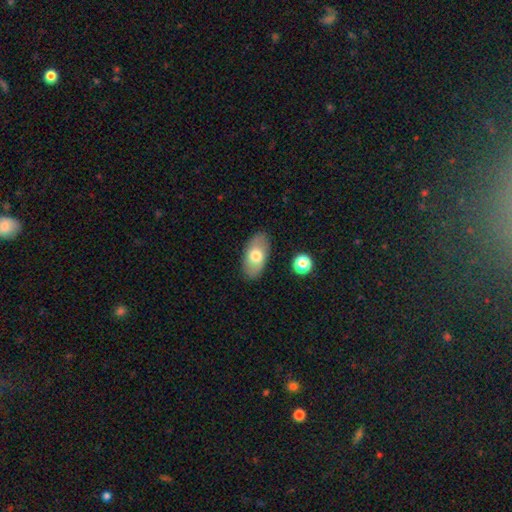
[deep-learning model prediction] smooth-or-featured: smooth: 69% | featured or disk: 25% | star or artifact: 6%
  how-rounded: in between: 93% | round: 4% | cigar-shaped: 3%
  merging: none: 85% | minor disturbance: 10% | major disturbance: 3% | merger: 2%